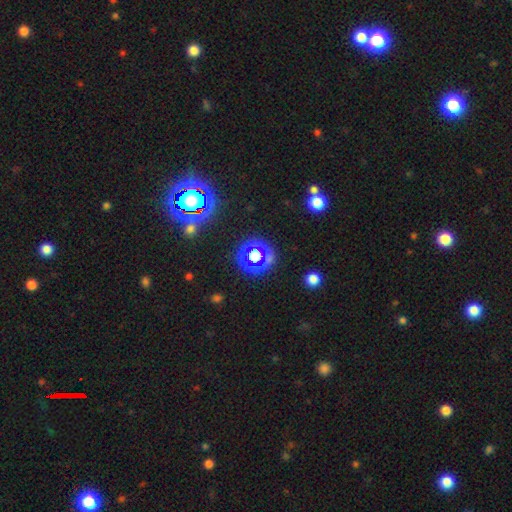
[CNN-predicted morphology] A star or artifact, not a galaxy (67%).

Vote fractions:
- Smooth or featured? star or artifact: 67% / smooth: 21% / featured or disk: 12%